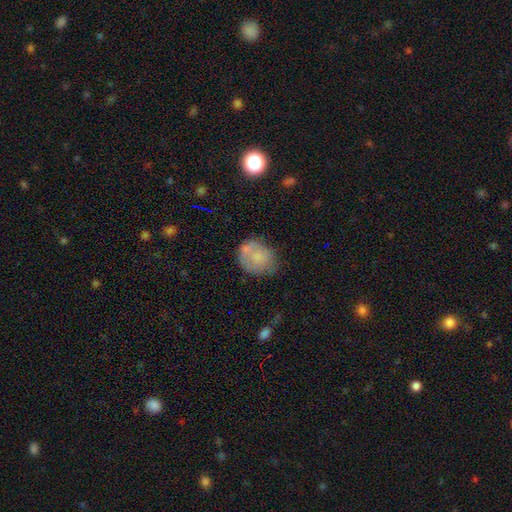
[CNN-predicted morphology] Smooth or featured?
  - smooth: 66% *
  - featured or disk: 23%
  - star or artifact: 11%
How rounded?
  - round: 61% *
  - in between: 38%
  - cigar-shaped: 1%
Merging?
  - none: 53% *
  - minor disturbance: 25%
  - major disturbance: 13%
  - merger: 9%